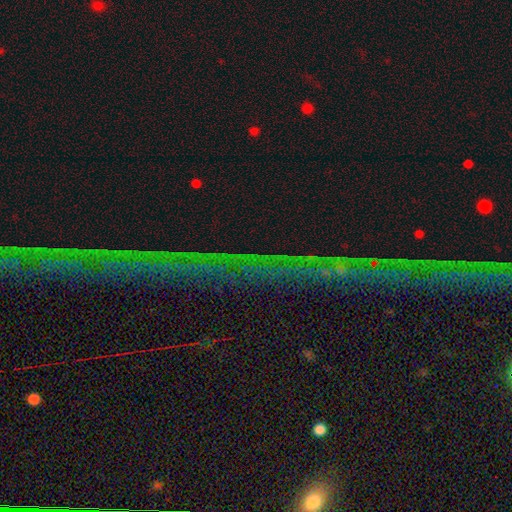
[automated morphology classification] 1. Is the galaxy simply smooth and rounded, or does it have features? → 78% star or artifact, 12% featured or disk, 11% smooth.